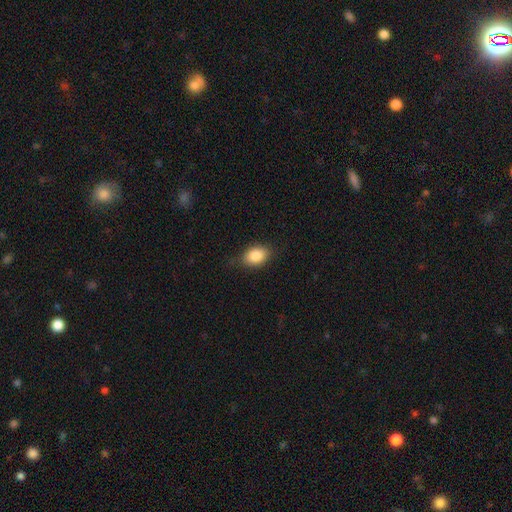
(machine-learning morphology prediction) This is clearly a smooth galaxy (85%). How rounded: clearly in between (80%). Merging: likely none (79%).